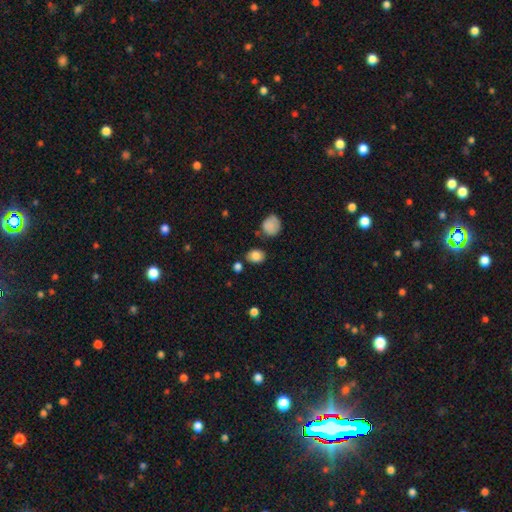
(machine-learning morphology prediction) smooth-or-featured: smooth: 84% | star or artifact: 11% | featured or disk: 6%
  how-rounded: in between: 59% | round: 40% | cigar-shaped: 1%
  merging: none: 79% | minor disturbance: 12% | merger: 6% | major disturbance: 3%